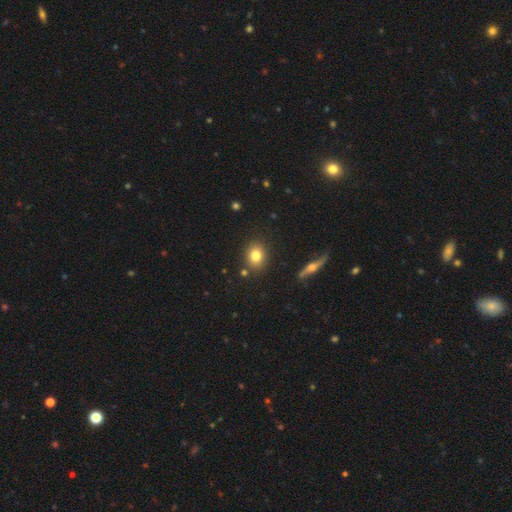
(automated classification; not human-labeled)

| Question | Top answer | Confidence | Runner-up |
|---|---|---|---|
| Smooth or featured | smooth | 80% | featured or disk (10%) |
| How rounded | round | 50% | in between (48%) |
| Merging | none | 85% | minor disturbance (9%) |